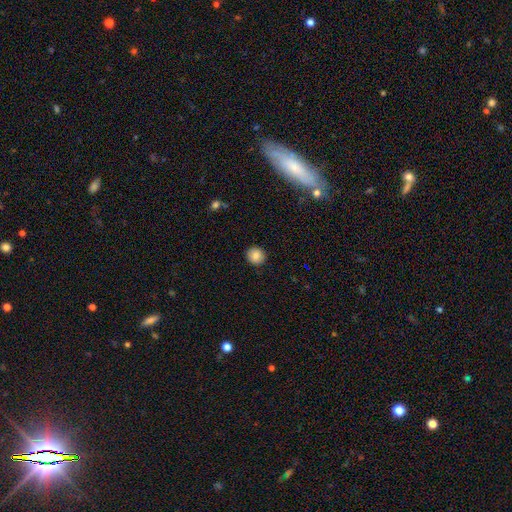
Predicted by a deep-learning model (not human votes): Q: Smooth or featured?
A: smooth (84%); runner-up: star or artifact (9%)
Q: How rounded?
A: round (92%); runner-up: in between (7%)
Q: Merging?
A: none (92%); runner-up: minor disturbance (6%)